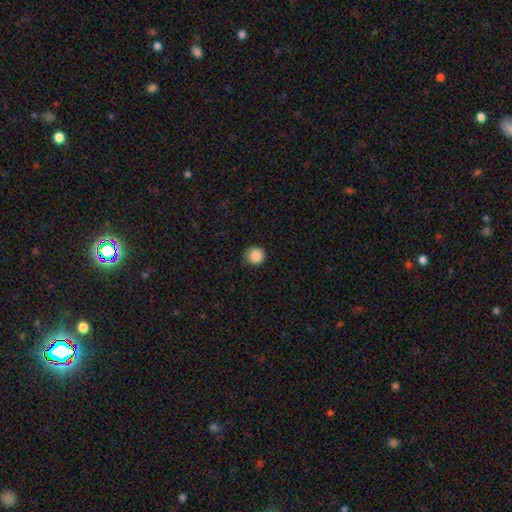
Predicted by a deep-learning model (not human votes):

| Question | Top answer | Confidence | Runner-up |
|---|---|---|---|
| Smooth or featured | smooth | 87% | star or artifact (10%) |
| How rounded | round | 93% | in between (6%) |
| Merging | none | 77% | minor disturbance (19%) |